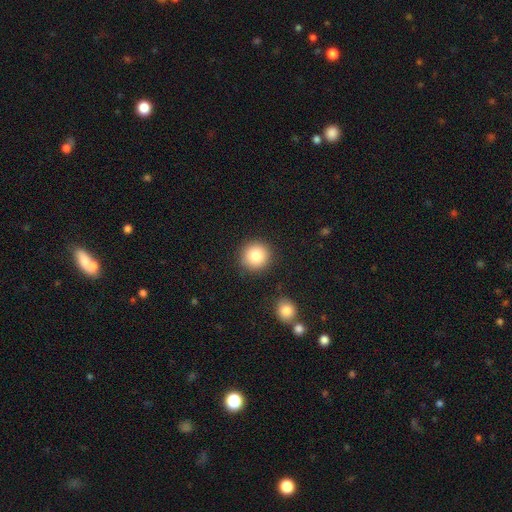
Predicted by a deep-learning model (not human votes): A smooth galaxy with no disk features (82%) that is round (94%).

Vote fractions:
- Smooth or featured? smooth: 82% / star or artifact: 10% / featured or disk: 8%
- How rounded? round: 94% / in between: 5% / cigar-shaped: 1%
- Merging? none: 89% / minor disturbance: 6% / merger: 2% / major disturbance: 2%